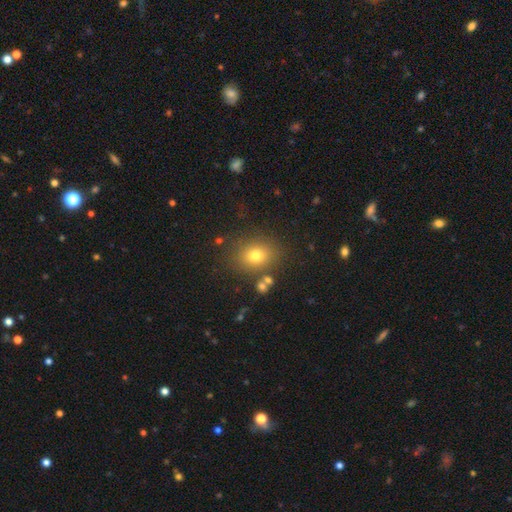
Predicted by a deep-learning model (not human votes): Smooth or featured? Predicted: smooth (p=0.75). How rounded? Predicted: round (p=0.55). Merging? Predicted: none (p=0.80).